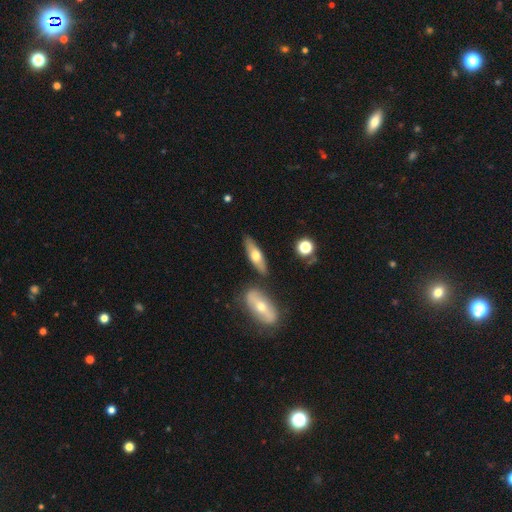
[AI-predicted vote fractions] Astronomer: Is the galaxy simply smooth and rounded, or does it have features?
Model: smooth — 52% (runner-up: featured or disk, 42%).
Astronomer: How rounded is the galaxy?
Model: cigar-shaped — 53% (runner-up: in between, 44%).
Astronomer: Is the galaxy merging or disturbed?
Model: none — 79%.